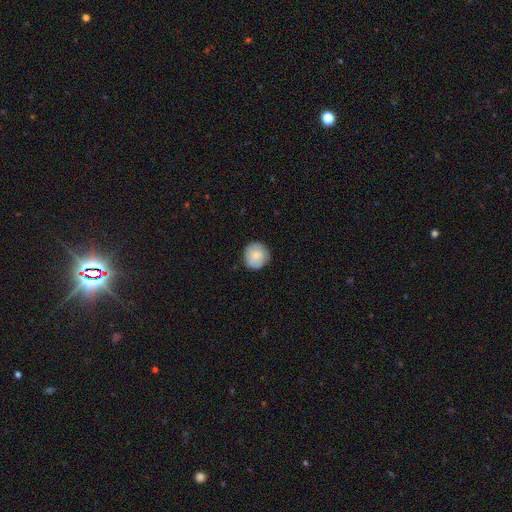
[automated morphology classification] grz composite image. It shows a smooth galaxy with no disk features (78%) that is round (92%). Merging: none (84%).